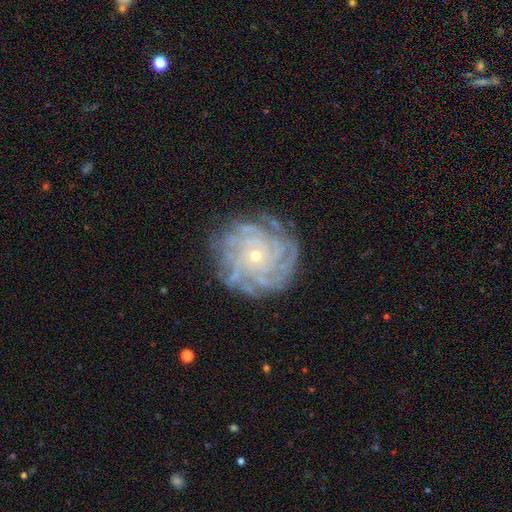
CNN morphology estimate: Smooth or featured?
  - featured or disk: 86% *
  - smooth: 7%
  - star or artifact: 7%
Edge-on disk?
  - no: 97% *
  - yes: 3%
Bar?
  - no: 84% *
  - weak: 12%
  - strong: 4%
Spiral arms?
  - yes: 96% *
  - no: 4%
Spiral winding?
  - tight: 81% *
  - medium: 15%
  - loose: 3%
Spiral arm count?
  - can't tell: 28% *
  - more than 4: 27%
  - 4: 20%
  - 3: 10%
  - 2: 8%
  - 1: 7%
Bulge size?
  - small: 77% *
  - moderate: 20%
  - large: 1%
  - none: 1%
  - dominant: 1%
Merging?
  - none: 79% *
  - minor disturbance: 14%
  - major disturbance: 5%
  - merger: 1%